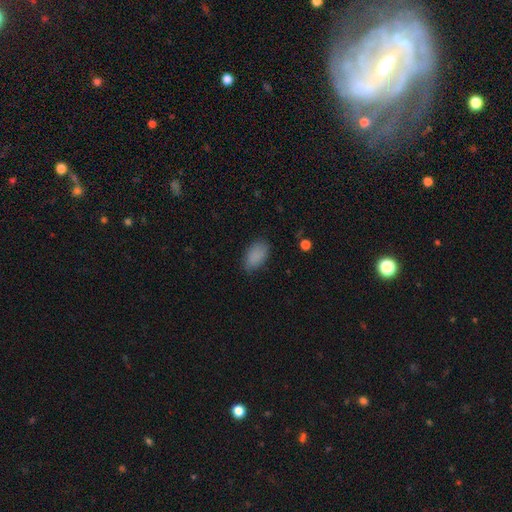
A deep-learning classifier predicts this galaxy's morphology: Smooth or featured?
  - smooth: 87% *
  - star or artifact: 8%
  - featured or disk: 4%
How rounded?
  - in between: 93% *
  - round: 4%
  - cigar-shaped: 2%
Merging?
  - none: 81% *
  - minor disturbance: 15%
  - major disturbance: 3%
  - merger: 1%